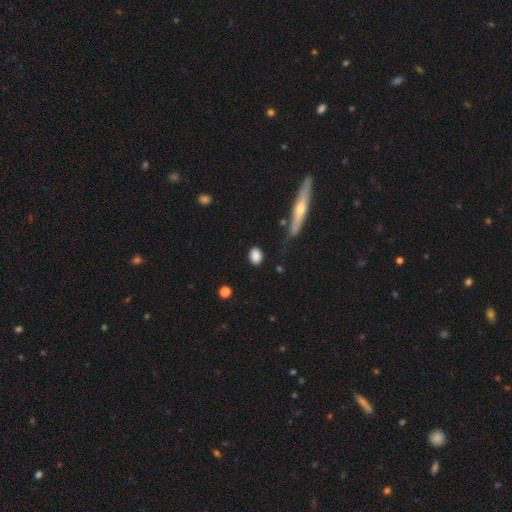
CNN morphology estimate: Smooth or featured? smooth (86%)
How rounded? in between (64%)
Merging? none (82%)